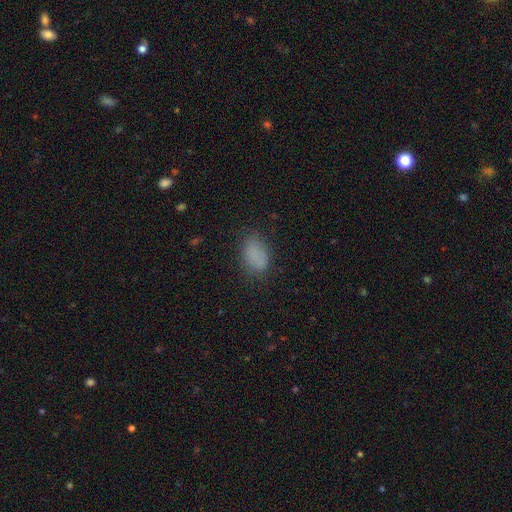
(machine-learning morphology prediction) Overall: smooth (81%). How rounded: in between (88%). Merging: none (72%).